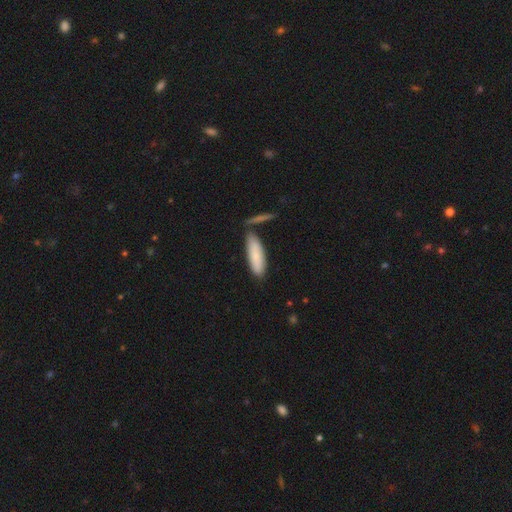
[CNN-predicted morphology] smooth 83%, featured or disk 12%, star or artifact 6%. Down the decision tree: how rounded — cigar-shaped (55%); merging — none (71%).